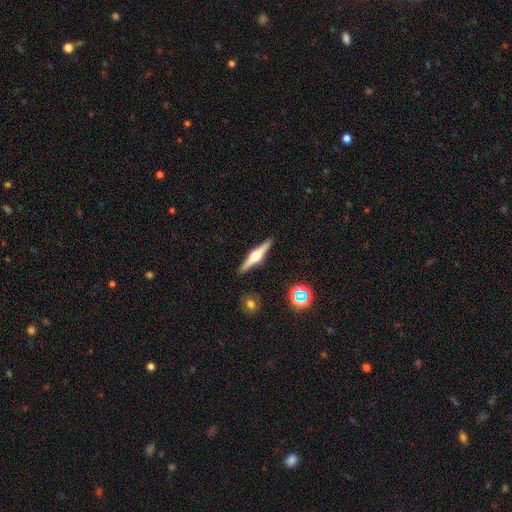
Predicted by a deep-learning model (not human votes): Smooth or featured? featured or disk (75%)
Edge-on disk? yes (98%)
Edge-on bulge? rounded (93%)
Merging? none (91%)